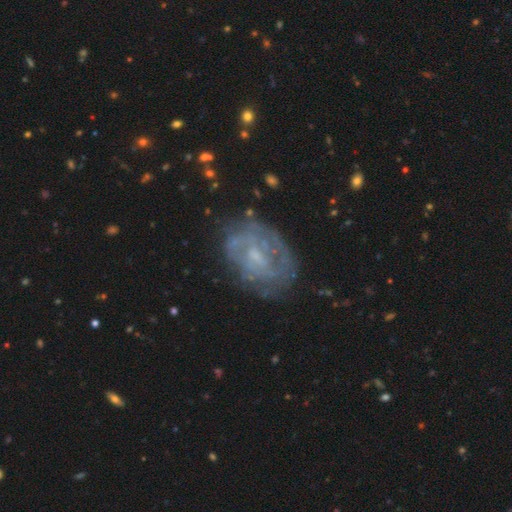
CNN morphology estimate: Smooth or featured? featured or disk (71%)
Edge-on disk? no (96%)
Bar? no (46%)
Spiral arms? yes (70%)
Bulge size? small (54%)
Merging? none (66%)